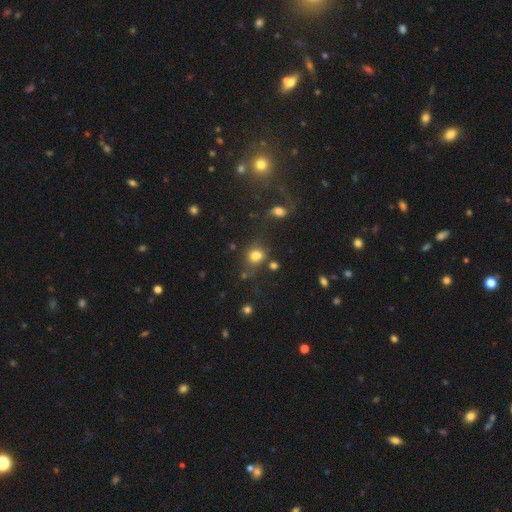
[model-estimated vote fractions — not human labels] A smooth galaxy with no disk features (76%) that is round (60%). Merging: none (60%).